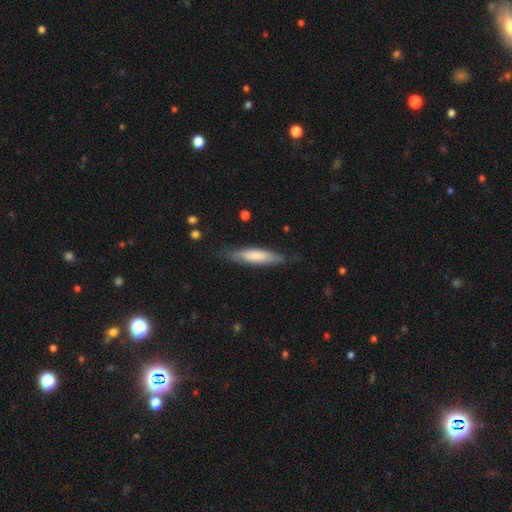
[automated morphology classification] This appears to be a smooth galaxy with no disk features (72%) that is cigar-shaped (76%). Merging: none (78%).